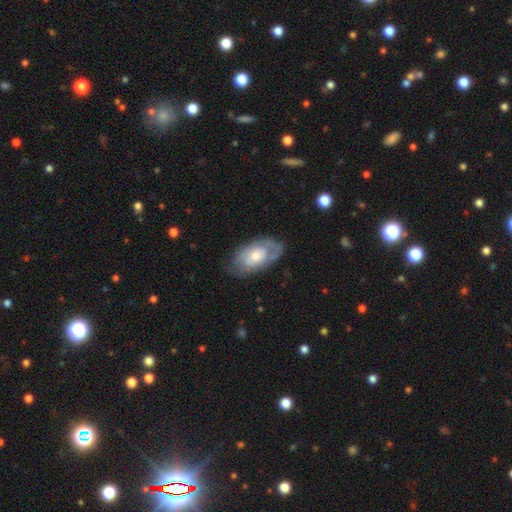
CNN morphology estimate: smooth_or_featured: featured or disk (p=0.50) [alt: smooth p=0.45]
merging: none (p=0.65) [alt: minor disturbance p=0.24]